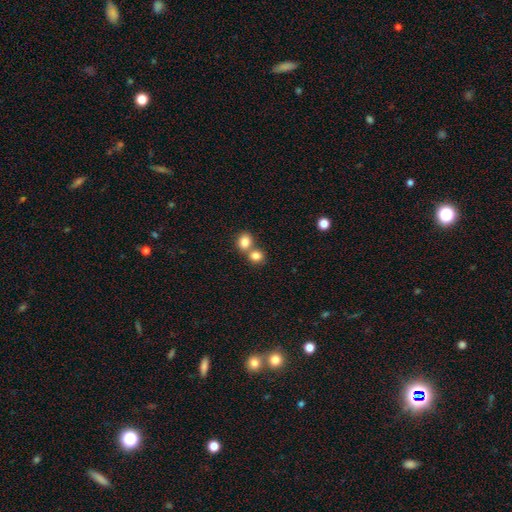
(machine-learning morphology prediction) The model was most divided on "merging": merger: 52%, none: 40%, minor disturbance: 6%, major disturbance: 3%. More confident: smooth or featured — smooth (83%); how rounded — round (71%).